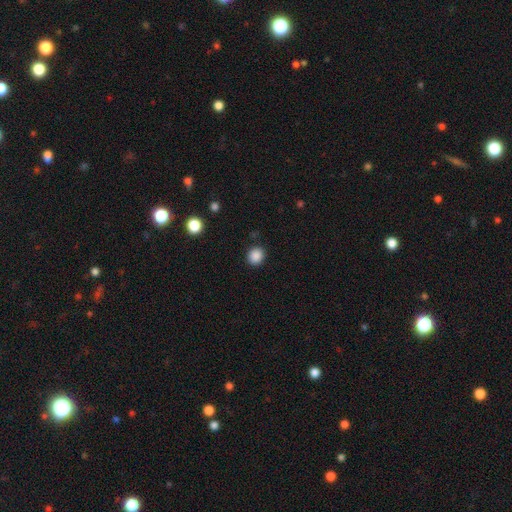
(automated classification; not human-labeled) smooth_or_featured: smooth (p=0.87) [alt: star or artifact p=0.10]
how_rounded: round (p=0.79) [alt: in between p=0.20]
merging: none (p=0.89) [alt: minor disturbance p=0.07]